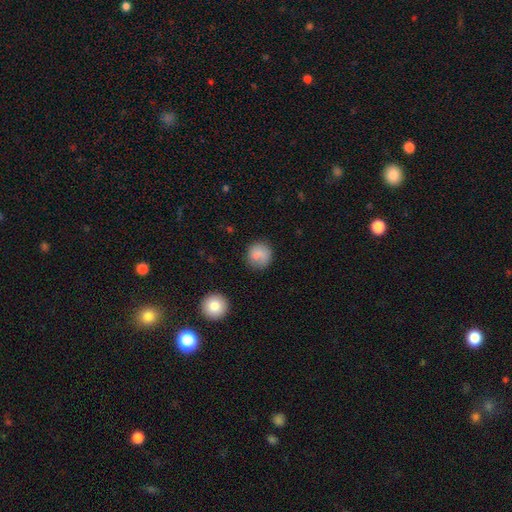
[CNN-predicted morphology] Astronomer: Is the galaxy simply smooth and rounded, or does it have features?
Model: smooth — 81%.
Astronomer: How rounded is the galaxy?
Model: round — 92%.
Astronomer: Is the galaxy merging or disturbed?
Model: none — 75%.